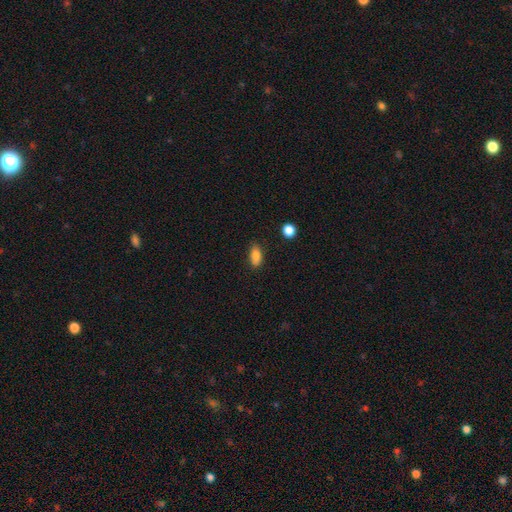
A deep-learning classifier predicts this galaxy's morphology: smooth-or-featured: smooth: 85% | star or artifact: 9% | featured or disk: 6%
  how-rounded: in between: 86% | cigar-shaped: 9% | round: 5%
  merging: none: 82% | minor disturbance: 13% | major disturbance: 3% | merger: 2%